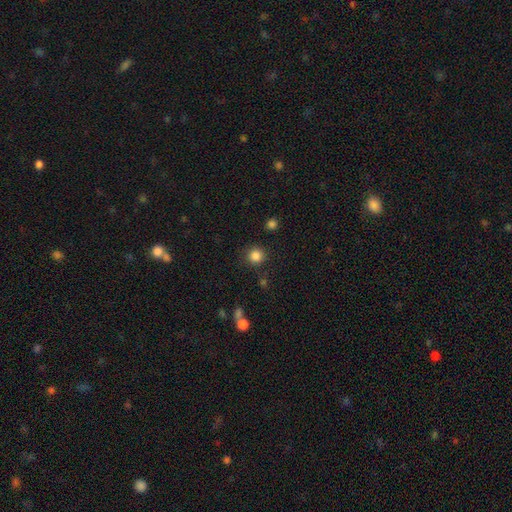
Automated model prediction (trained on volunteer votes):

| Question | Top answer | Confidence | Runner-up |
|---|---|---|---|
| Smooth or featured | smooth | 85% | star or artifact (12%) |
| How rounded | round | 92% | in between (7%) |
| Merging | none | 86% | minor disturbance (8%) |